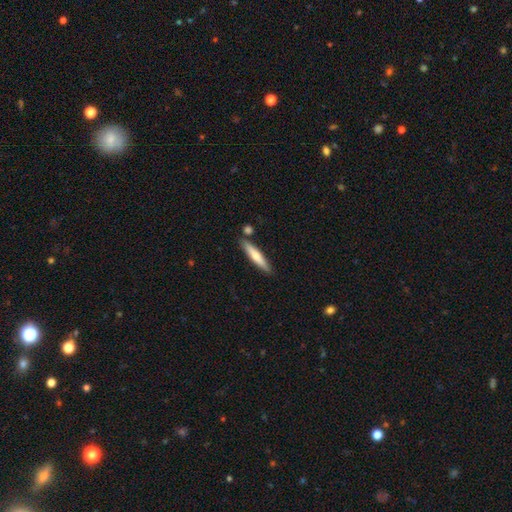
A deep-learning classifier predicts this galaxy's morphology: Smooth or featured?
  - smooth: 59% *
  - featured or disk: 36%
  - star or artifact: 5%
How rounded?
  - cigar-shaped: 90% *
  - in between: 9%
  - round: 1%
Merging?
  - none: 83% *
  - minor disturbance: 9%
  - merger: 6%
  - major disturbance: 2%